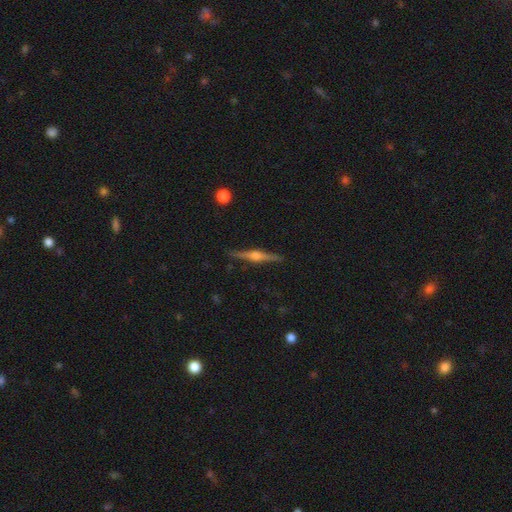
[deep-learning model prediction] Smooth or featured? featured or disk (82%)
Edge-on disk? yes (98%)
Edge-on bulge? rounded (91%)
Merging? none (90%)